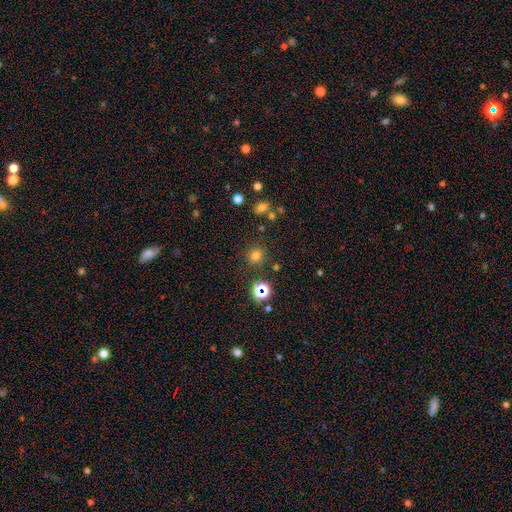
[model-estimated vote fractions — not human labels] The model was most divided on "smooth or featured": smooth: 72%, star or artifact: 21%, featured or disk: 7%. More confident: merging — none (84%); how rounded — round (81%).